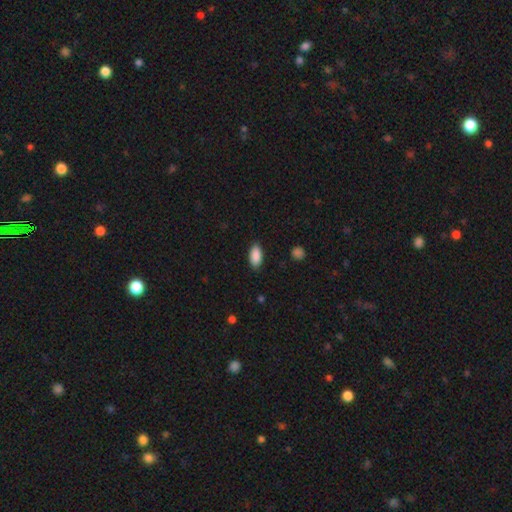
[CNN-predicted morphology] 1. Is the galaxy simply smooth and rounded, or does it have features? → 90% smooth, 7% star or artifact, 4% featured or disk.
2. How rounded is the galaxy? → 90% in between, 8% cigar-shaped, 2% round.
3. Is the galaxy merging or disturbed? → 88% none, 9% minor disturbance, 2% major disturbance, 1% merger.